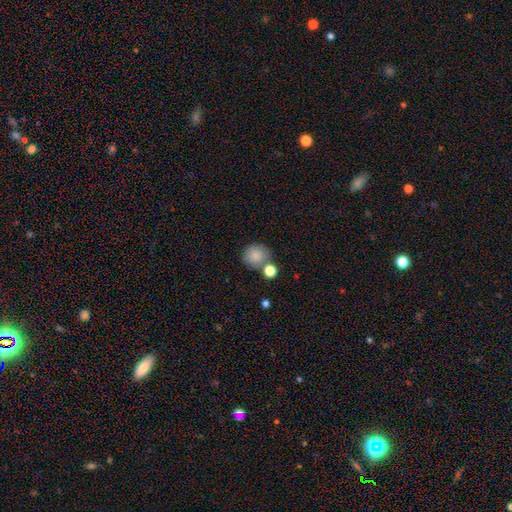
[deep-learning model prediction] Smooth or featured? smooth (85%)
How rounded? round (84%)
Merging? none (61%)